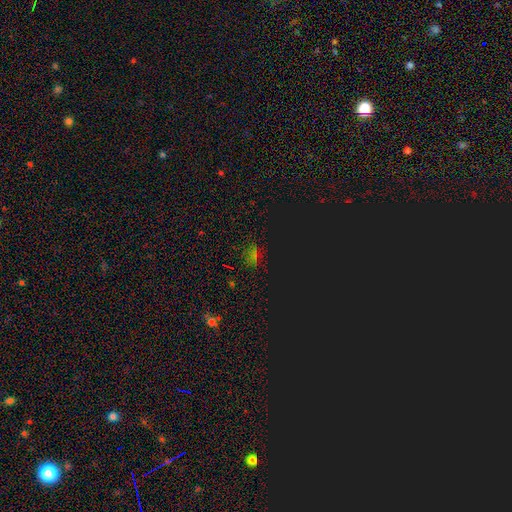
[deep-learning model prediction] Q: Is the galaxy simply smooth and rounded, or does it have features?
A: star or artifact — 59%.